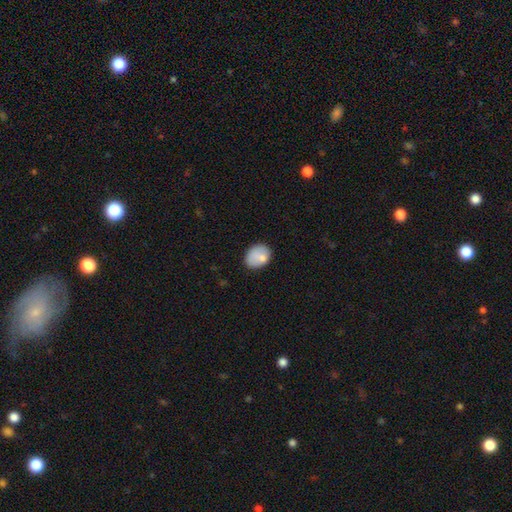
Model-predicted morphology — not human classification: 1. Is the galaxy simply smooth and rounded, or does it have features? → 79% smooth, 13% featured or disk, 8% star or artifact.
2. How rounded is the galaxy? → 62% in between, 37% round, 1% cigar-shaped.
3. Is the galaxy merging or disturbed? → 66% none, 22% minor disturbance, 7% merger, 5% major disturbance.